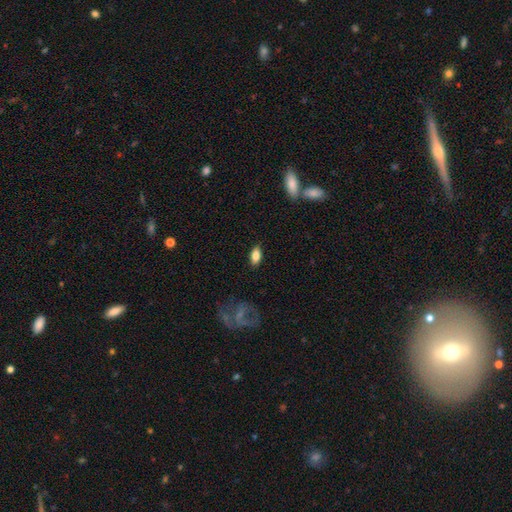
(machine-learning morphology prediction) This is likely a smooth galaxy (79%). How rounded: clearly in between (88%). Merging: clearly none (86%).